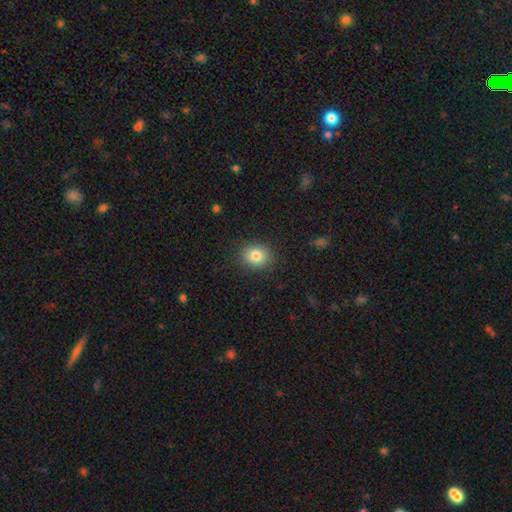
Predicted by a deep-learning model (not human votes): Q: Smooth or featured?
A: smooth (82%); runner-up: star or artifact (10%)
Q: How rounded?
A: round (63%); runner-up: in between (36%)
Q: Merging?
A: none (88%); runner-up: minor disturbance (8%)